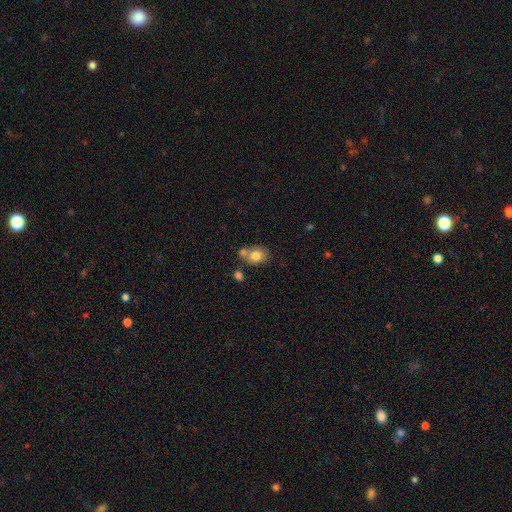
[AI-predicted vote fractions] A smooth galaxy with no disk features (77%) that is in between round and cigar-shaped (52%). Merging: none (46%).